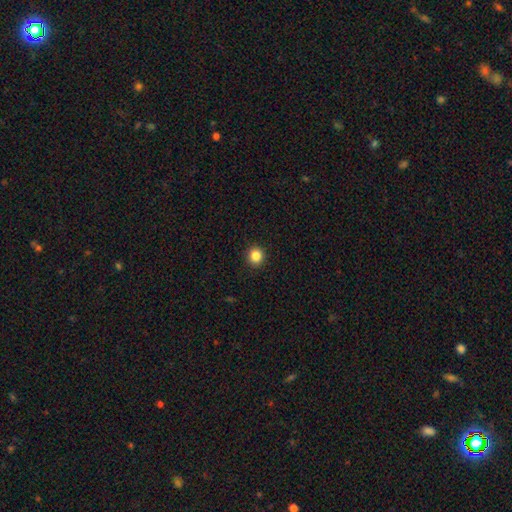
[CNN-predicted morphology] Smooth or featured: smooth — 85% (star or artifact — 11%)
How rounded: round — 92% (in between — 7%)
Merging: none — 92% (minor disturbance — 5%)